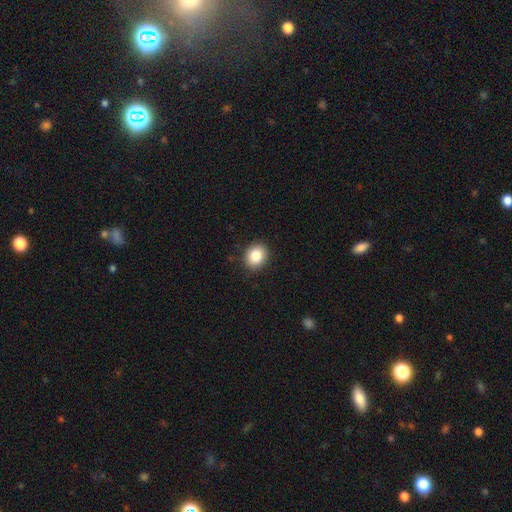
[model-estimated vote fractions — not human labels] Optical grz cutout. It shows a smooth galaxy with no disk features (85%) that is round (59%). Merging: none (90%).